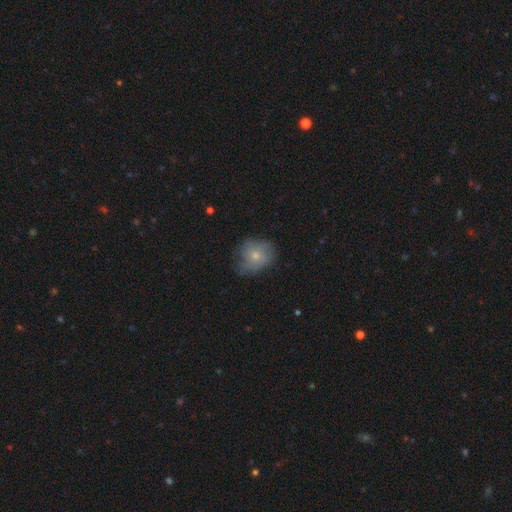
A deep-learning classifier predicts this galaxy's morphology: Smooth or featured? Predicted: smooth (p=0.67). How rounded? Predicted: round (p=0.66). Merging? Predicted: none (p=0.54).